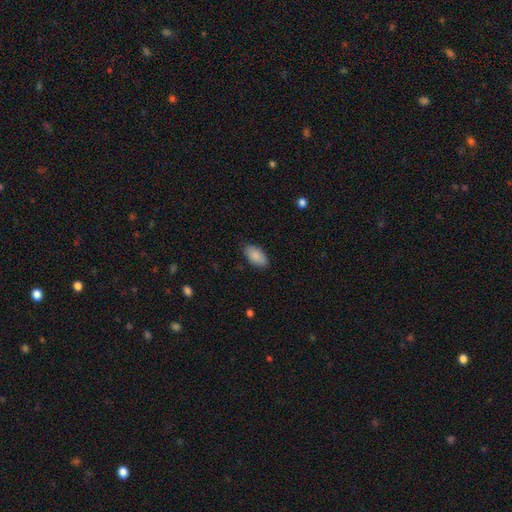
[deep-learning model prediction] Smooth or featured? Predicted: smooth (p=0.88). How rounded? Predicted: in between (p=0.94). Merging? Predicted: none (p=0.86).